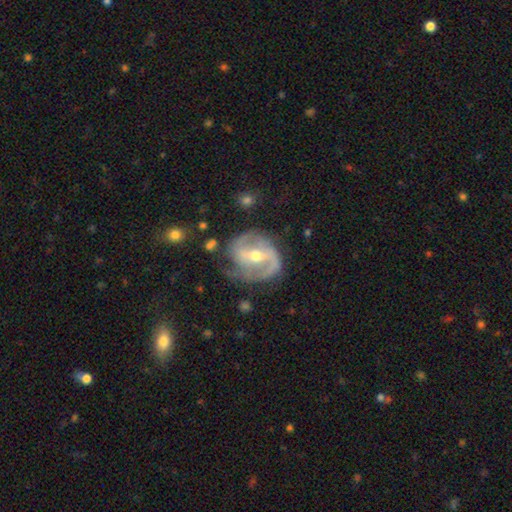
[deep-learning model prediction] Smooth or featured: featured or disk — 86% (smooth — 9%)
Edge-on disk: no — 97% (yes — 3%)
Bar: strong — 47% (weak — 37%)
Spiral arms: yes — 93% (no — 7%)
Spiral winding: medium — 48% (tight — 29%)
Spiral arm count: 2 — 79% (can't tell — 8%)
Bulge size: moderate — 61% (small — 35%)
Merging: none — 66% (minor disturbance — 21%)